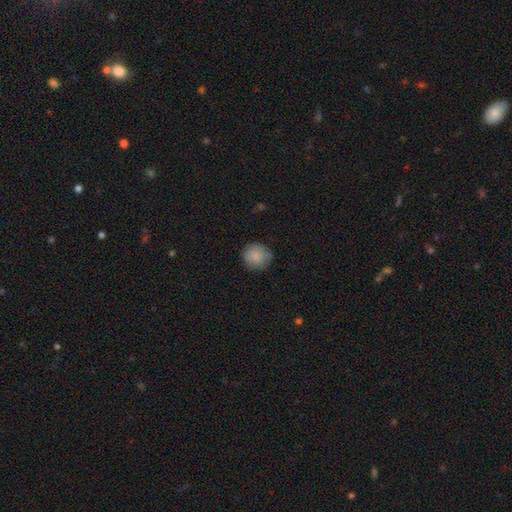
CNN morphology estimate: Smooth or featured? smooth (84%)
How rounded? round (91%)
Merging? none (80%)